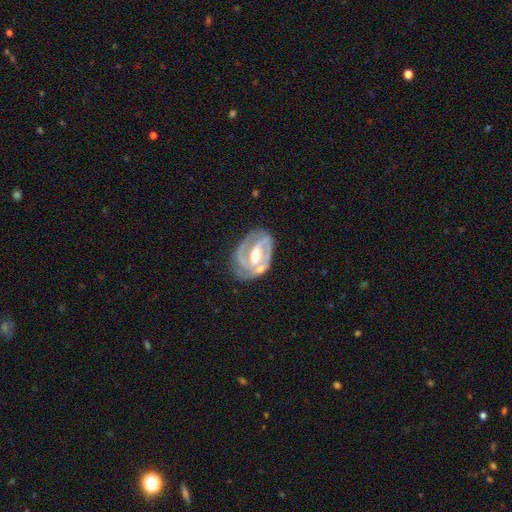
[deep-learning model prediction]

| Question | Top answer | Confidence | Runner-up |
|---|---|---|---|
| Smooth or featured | featured or disk | 89% | smooth (7%) |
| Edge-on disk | no | 96% | yes (4%) |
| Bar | strong | 49% | weak (34%) |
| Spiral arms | yes | 94% | no (6%) |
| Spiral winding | tight | 48% | medium (43%) |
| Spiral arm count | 2 | 81% | 3 (7%) |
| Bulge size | moderate | 68% | small (25%) |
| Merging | none | 68% | minor disturbance (19%) |